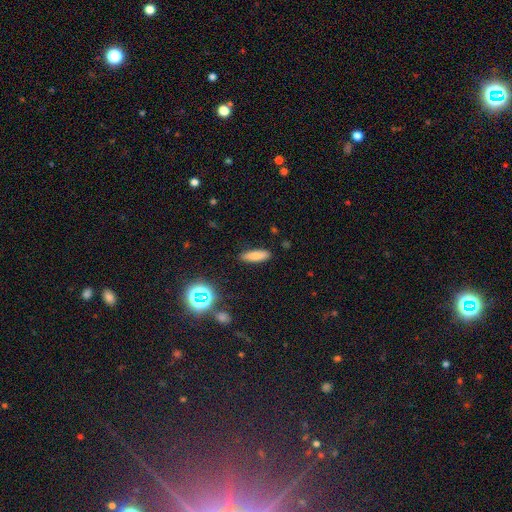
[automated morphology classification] This is likely a smooth galaxy (78%). How rounded: possibly in between (52%). Merging: clearly none (87%).